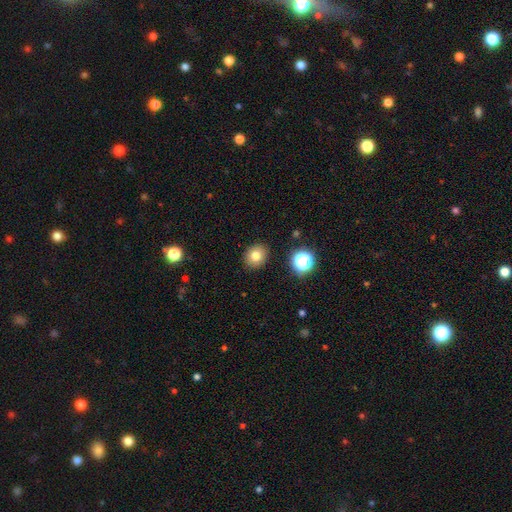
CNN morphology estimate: type=smooth (78%); roundness=round (70%); merging=none (89%).